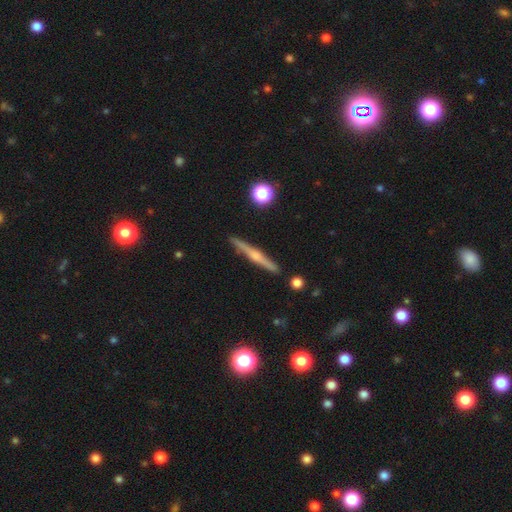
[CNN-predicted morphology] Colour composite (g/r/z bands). It shows a featured or disk galaxy (71%) viewed edge-on (98%) with a rounded central bulge (80%). Merging: none (91%).